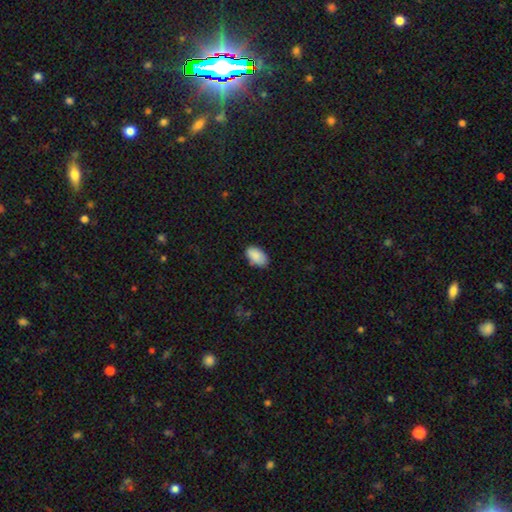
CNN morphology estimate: Smooth or featured? Predicted: smooth (p=0.89). How rounded? Predicted: in between (p=0.94). Merging? Predicted: none (p=0.80).